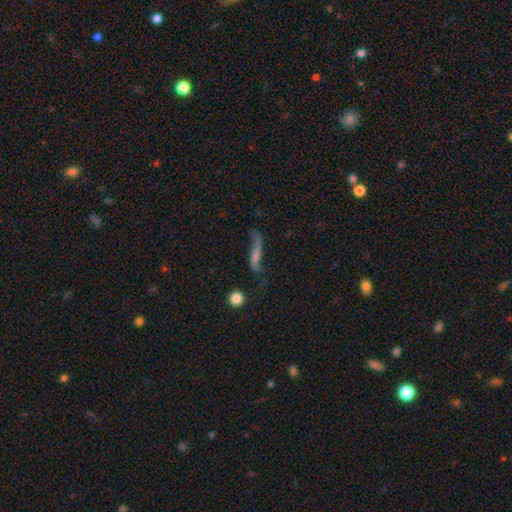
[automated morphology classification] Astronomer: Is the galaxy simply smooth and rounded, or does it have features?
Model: featured or disk — 52% (runner-up: smooth, 37%).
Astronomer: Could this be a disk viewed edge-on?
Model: no — 56% (runner-up: yes, 44%).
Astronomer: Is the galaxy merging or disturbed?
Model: none — 48% (runner-up: minor disturbance, 24%).